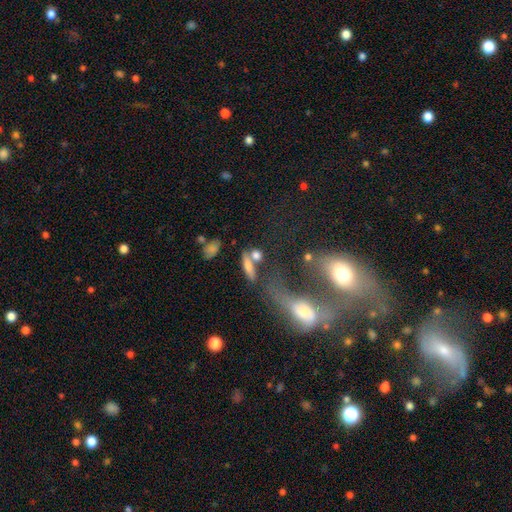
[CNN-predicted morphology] Smooth or featured? Predicted: smooth (p=0.68). How rounded? Predicted: in between (p=0.45). Merging? Predicted: none (p=0.45).